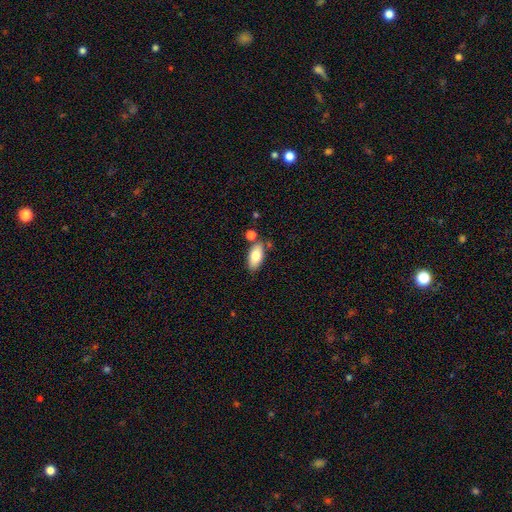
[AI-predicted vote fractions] A smooth galaxy with no disk features (79%) that is in between round and cigar-shaped (90%). Merging: none (74%).